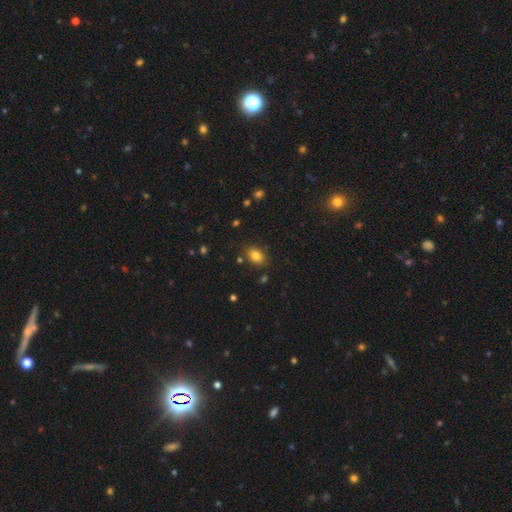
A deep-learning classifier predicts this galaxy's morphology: A smooth galaxy with no disk features (82%) that is in between round and cigar-shaped (83%). Merging: none (82%).